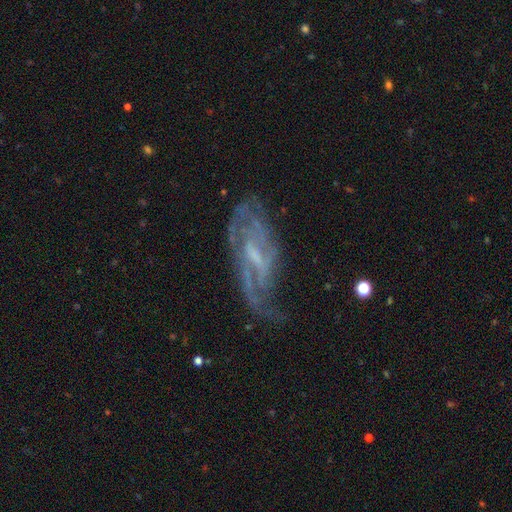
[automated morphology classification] featured or disk 81%, smooth 12%, star or artifact 8%. Down the decision tree: edge-on disk — no (90%); bar — weak (52%); spiral arms — yes (84%); spiral arm count — can't tell (39%); spiral winding — medium (41%); bulge size — small (48%); merging — none (49%).